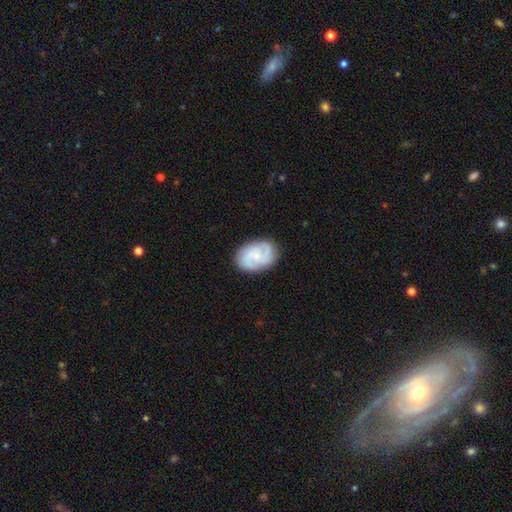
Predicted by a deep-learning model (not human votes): This is likely a featured or disk galaxy (73%). It is clearly not viewed edge-on (98%). Bar: likely no (62%). Spiral arm pattern: clearly yes (95%). Spiral arm count: marginally 3 (40%). Spiral winding: possibly medium (46%). Central bulge: likely small (64%). Merging: clearly none (82%).